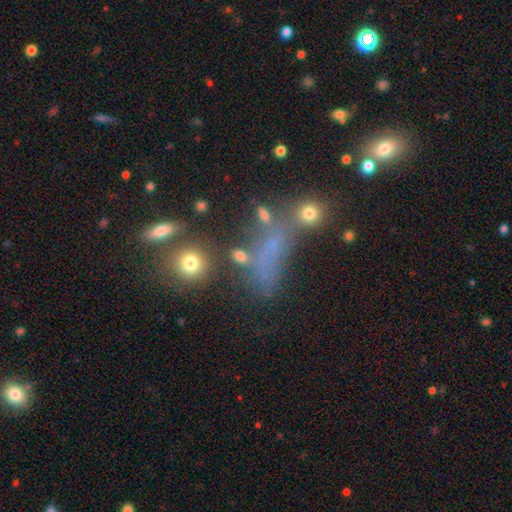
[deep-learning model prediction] Smooth or featured? Predicted: smooth (p=0.47). Merging? Predicted: none (p=0.41).